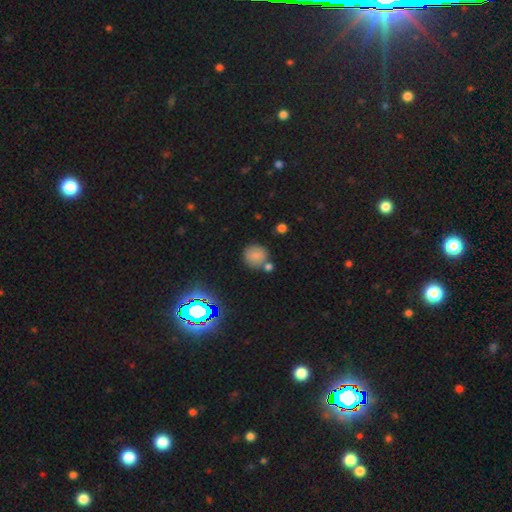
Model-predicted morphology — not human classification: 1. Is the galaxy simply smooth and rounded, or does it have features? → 74% smooth, 18% star or artifact, 8% featured or disk.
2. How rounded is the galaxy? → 86% round, 13% in between, 1% cigar-shaped.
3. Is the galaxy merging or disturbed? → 68% none, 16% merger, 12% minor disturbance, 4% major disturbance.